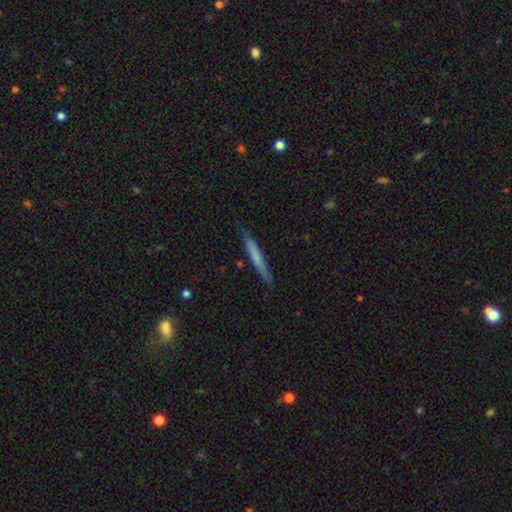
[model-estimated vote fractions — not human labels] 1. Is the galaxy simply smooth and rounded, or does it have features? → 61% smooth, 33% featured or disk, 6% star or artifact.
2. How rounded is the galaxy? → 96% cigar-shaped, 3% in between, 1% round.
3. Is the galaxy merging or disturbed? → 84% none, 12% minor disturbance, 2% major disturbance, 2% merger.